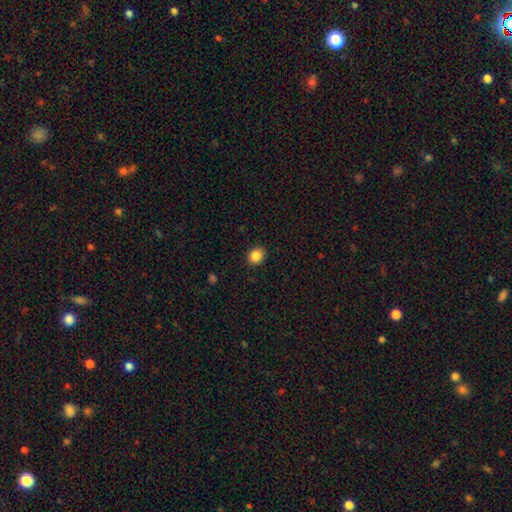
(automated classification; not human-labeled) This appears to be a smooth galaxy with no disk features (87%) that is round (61%). Merging: none (90%).